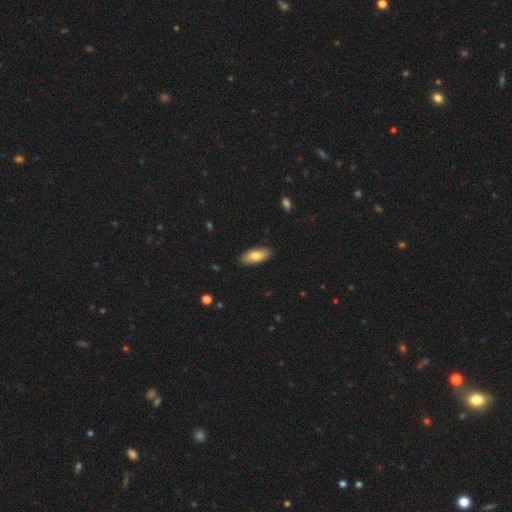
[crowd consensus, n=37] Smooth or featured? smooth (78%)
How rounded? in between (90%)
Merging? none (100%)